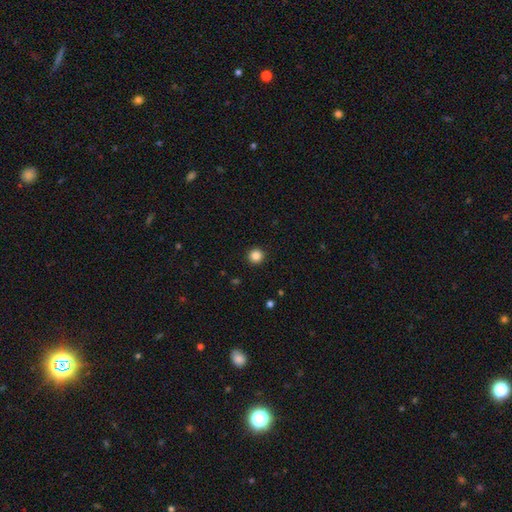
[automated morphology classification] Smooth or featured? smooth (85%)
How rounded? round (95%)
Merging? none (93%)